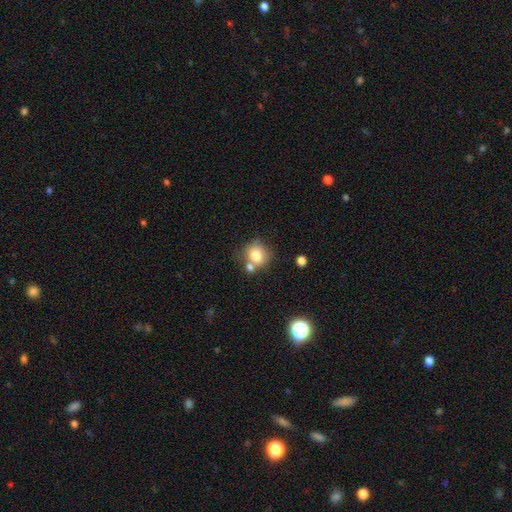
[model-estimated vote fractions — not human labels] smooth 77%, featured or disk 12%, star or artifact 11%. Down the decision tree: how rounded — round (79%); merging — none (54%).